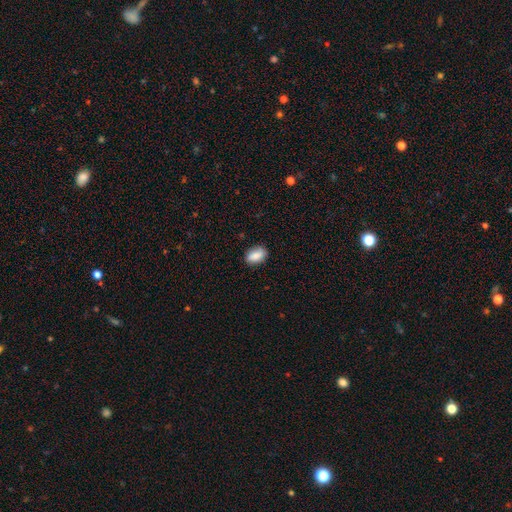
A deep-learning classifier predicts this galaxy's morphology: This is clearly a smooth galaxy (84%). How rounded: clearly in between (88%). Merging: clearly none (82%).